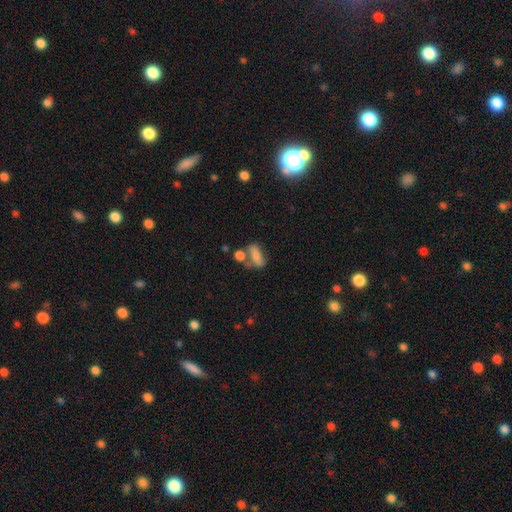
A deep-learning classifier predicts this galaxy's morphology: A smooth galaxy with no disk features (68%) that is in between round and cigar-shaped (75%).

Vote fractions:
- Smooth or featured? smooth: 68% / featured or disk: 20% / star or artifact: 12%
- How rounded? in between: 75% / cigar-shaped: 16% / round: 8%
- Merging? none: 35% / merger: 34% / minor disturbance: 18% / major disturbance: 14%